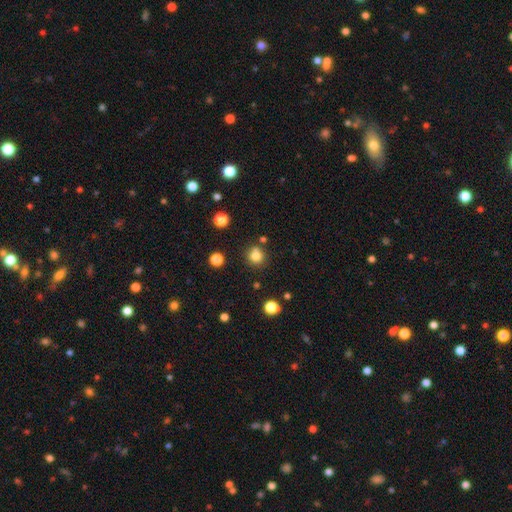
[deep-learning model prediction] A smooth galaxy with no disk features (79%) that is round (91%). Merging: none (75%).